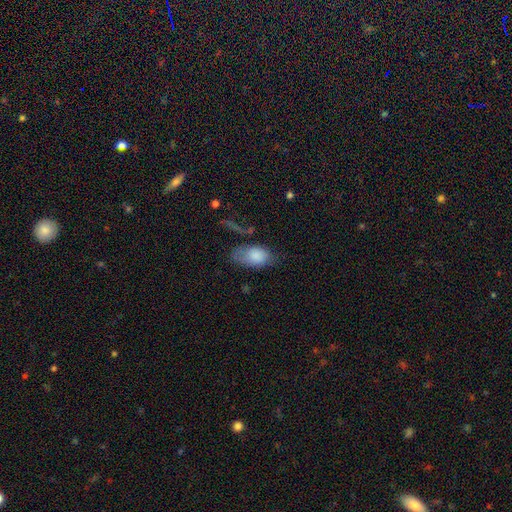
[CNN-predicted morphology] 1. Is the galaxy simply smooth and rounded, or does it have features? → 82% smooth, 11% featured or disk, 7% star or artifact.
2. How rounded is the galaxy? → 92% in between, 6% round, 2% cigar-shaped.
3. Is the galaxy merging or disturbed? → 51% none, 30% minor disturbance, 14% major disturbance, 5% merger.